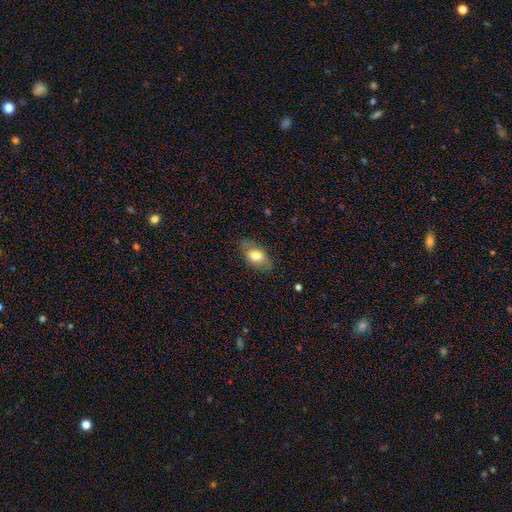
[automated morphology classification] Overall: smooth (61%; featured or disk 26%). How rounded: in between (88%). Merging: none (80%).